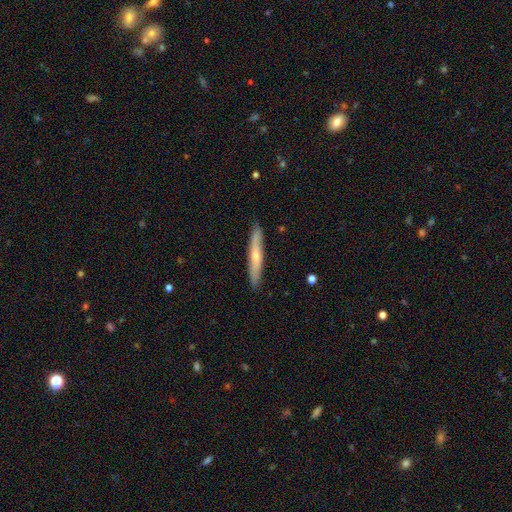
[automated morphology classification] Overall: smooth (49%; featured or disk 46%). Merging: none (89%).